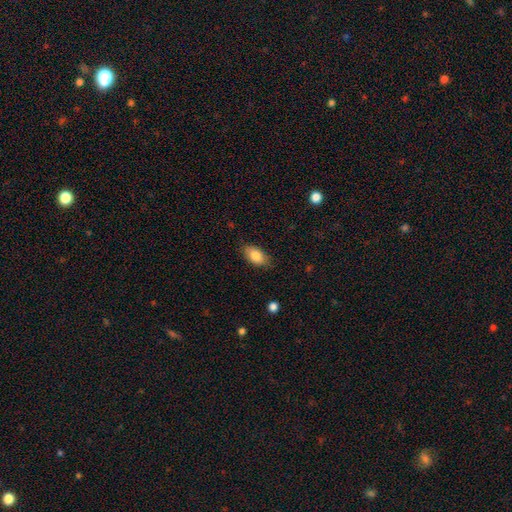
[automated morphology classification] The model was most divided on "merging": none: 82%, minor disturbance: 14%, major disturbance: 3%, merger: 1%. More confident: how rounded — in between (91%); smooth or featured — smooth (83%).